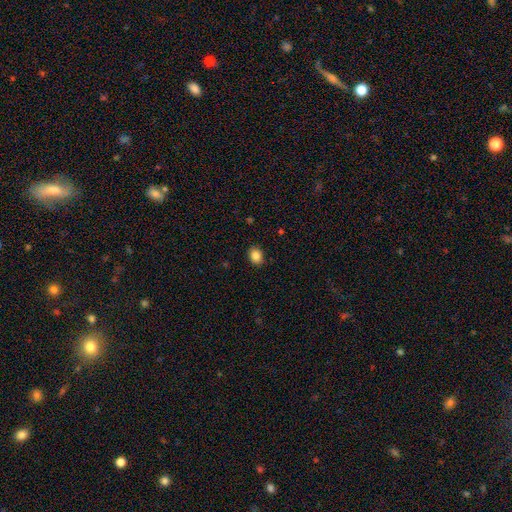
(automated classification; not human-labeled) The model was most divided on "how rounded": in between: 55%, round: 44%, cigar-shaped: 1%. More confident: merging — none (88%); smooth or featured — smooth (86%).